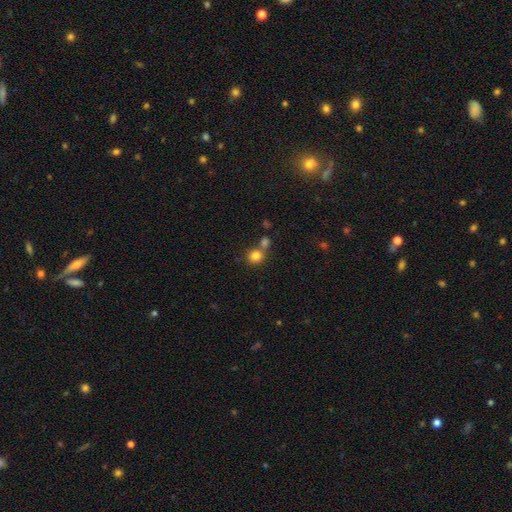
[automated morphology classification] Smooth or featured?
  - smooth: 82% *
  - star or artifact: 12%
  - featured or disk: 6%
How rounded?
  - round: 89% *
  - in between: 10%
  - cigar-shaped: 1%
Merging?
  - none: 58% *
  - merger: 31%
  - minor disturbance: 8%
  - major disturbance: 3%